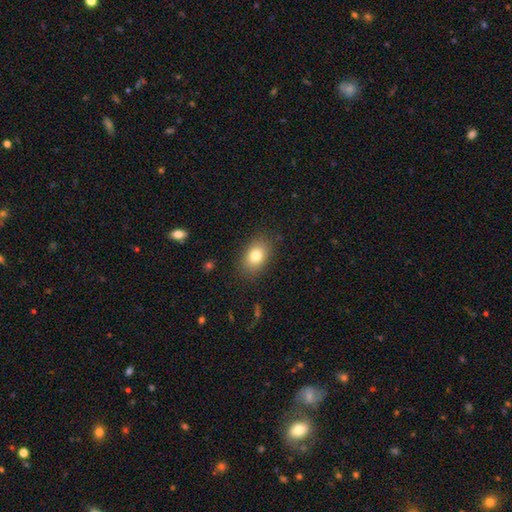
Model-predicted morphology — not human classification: A smooth galaxy with no disk features (80%) that is in between round and cigar-shaped (78%). Merging: none (86%).